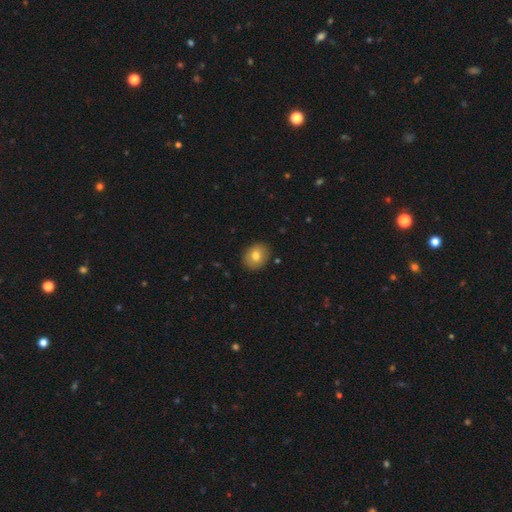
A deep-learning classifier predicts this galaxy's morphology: Overall: smooth (77%). How rounded: round (53%; in between 46%). Merging: none (88%).